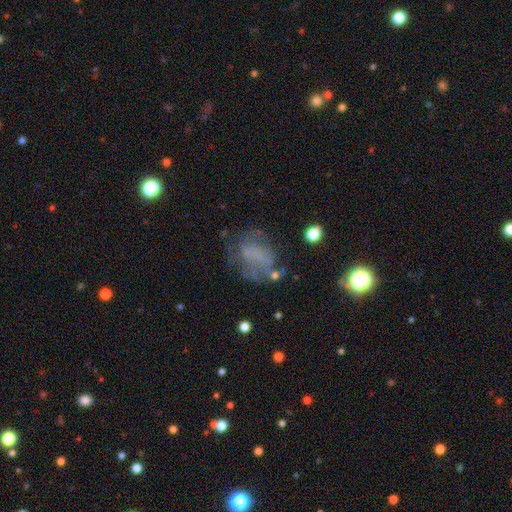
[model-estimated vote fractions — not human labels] A featured or disk galaxy (45%). Merging: none (47%).